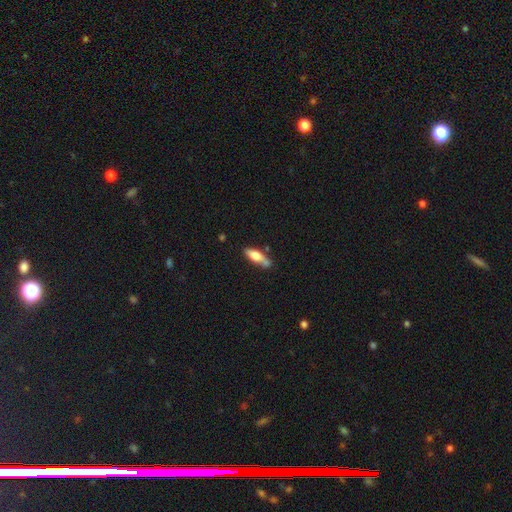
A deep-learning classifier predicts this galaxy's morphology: Smooth or featured? smooth (64%)
How rounded? in between (54%)
Merging? none (59%)